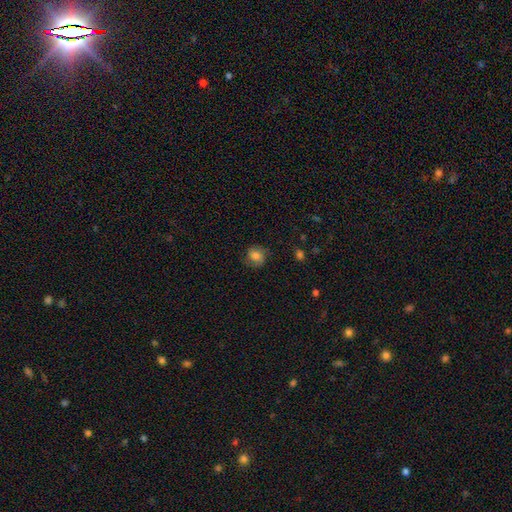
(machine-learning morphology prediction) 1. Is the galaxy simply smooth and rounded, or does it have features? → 64% smooth, 26% featured or disk, 10% star or artifact.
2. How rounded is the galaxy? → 76% round, 23% in between, 1% cigar-shaped.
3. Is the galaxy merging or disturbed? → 73% none, 18% minor disturbance, 8% major disturbance, 1% merger.